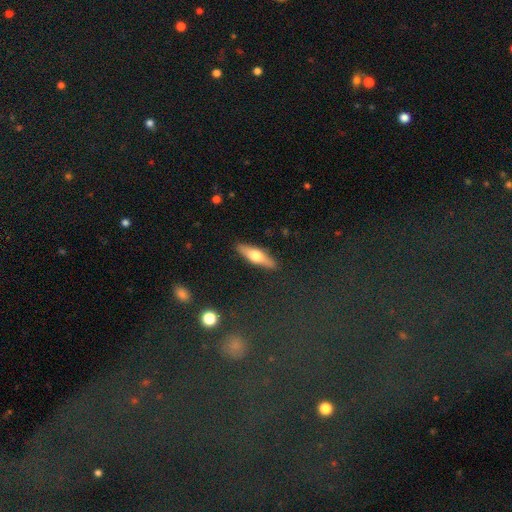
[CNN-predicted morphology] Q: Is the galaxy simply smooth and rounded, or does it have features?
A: smooth — 49%.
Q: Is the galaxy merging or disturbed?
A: none — 89%.